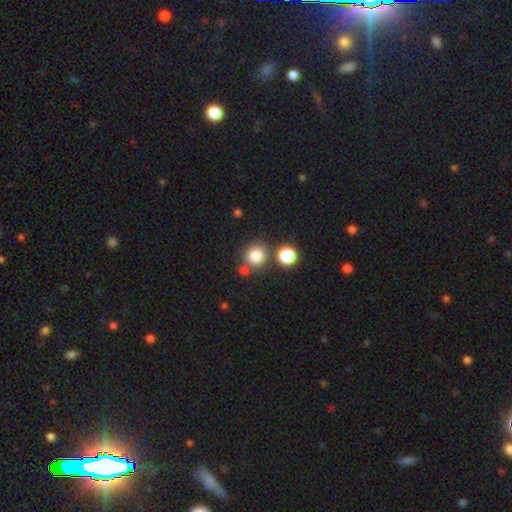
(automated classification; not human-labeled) smooth-or-featured: smooth: 81% | star or artifact: 13% | featured or disk: 6%
  how-rounded: round: 88% | in between: 11% | cigar-shaped: 1%
  merging: none: 73% | merger: 15% | minor disturbance: 9% | major disturbance: 3%